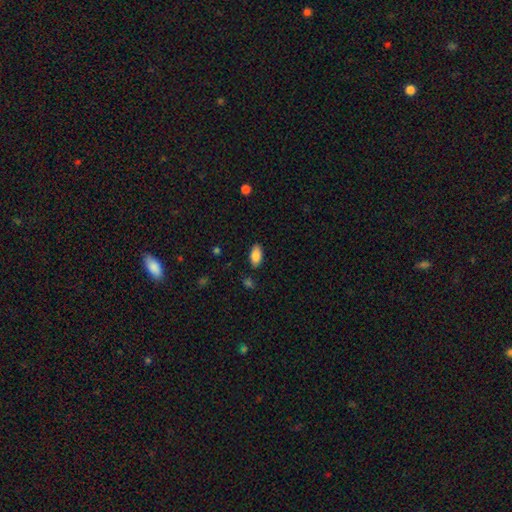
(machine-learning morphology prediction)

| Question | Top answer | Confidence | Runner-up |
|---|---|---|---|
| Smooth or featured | smooth | 87% | star or artifact (7%) |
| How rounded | in between | 93% | cigar-shaped (4%) |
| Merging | none | 84% | minor disturbance (11%) |